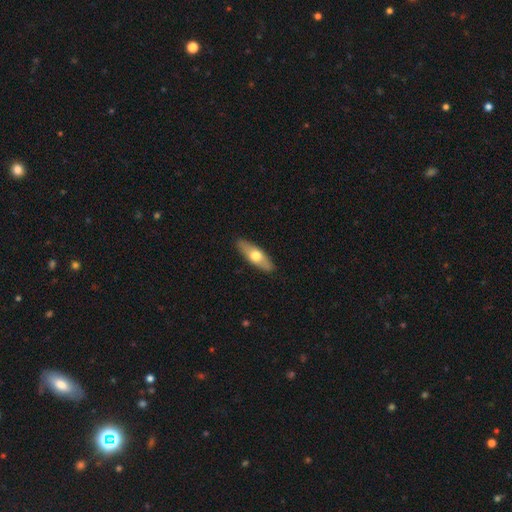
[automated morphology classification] smooth_or_featured: smooth (p=0.57) [alt: featured or disk p=0.38]
how_rounded: in between (p=0.55) [alt: cigar-shaped p=0.42]
merging: none (p=0.89) [alt: minor disturbance p=0.08]